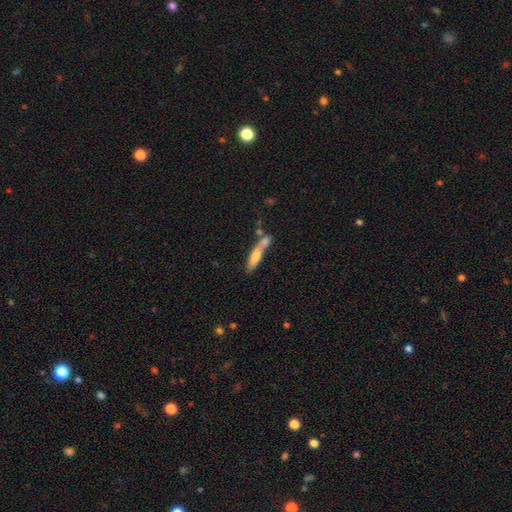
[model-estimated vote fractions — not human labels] smooth_or_featured: smooth (p=0.69) [alt: featured or disk p=0.23]
how_rounded: cigar-shaped (p=0.74) [alt: in between p=0.24]
merging: merger (p=0.49) [alt: none p=0.32]